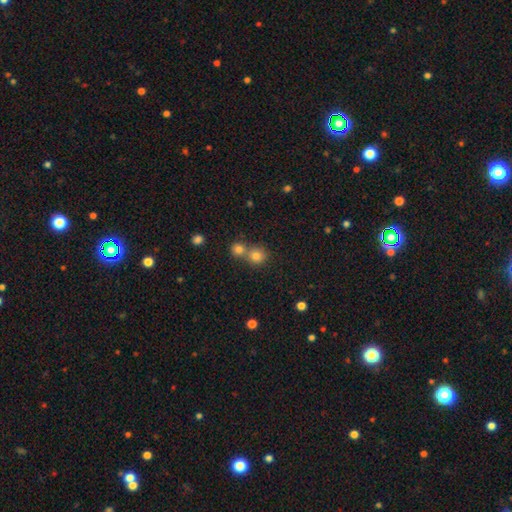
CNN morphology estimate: Smooth or featured: smooth — 75% (star or artifact — 16%)
How rounded: round — 87% (in between — 12%)
Merging: none — 47% (merger — 45%)